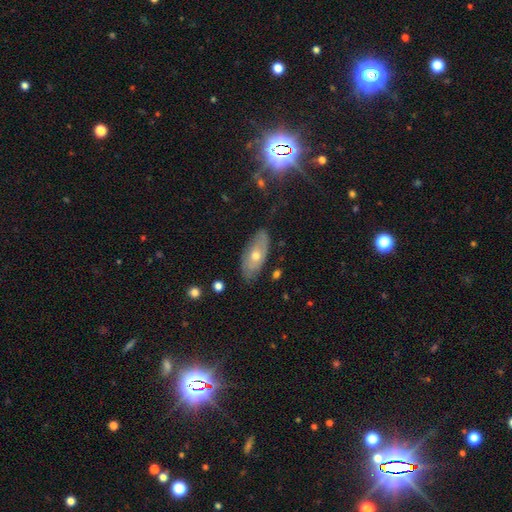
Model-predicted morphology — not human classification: featured or disk 47%, smooth 44%, star or artifact 9%. Down the decision tree: merging — none (78%).